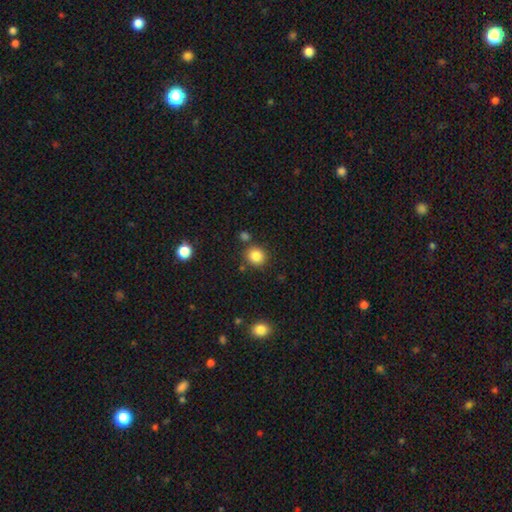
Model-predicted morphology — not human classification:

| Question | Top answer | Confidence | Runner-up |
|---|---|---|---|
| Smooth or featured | smooth | 85% | star or artifact (11%) |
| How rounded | round | 85% | in between (14%) |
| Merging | none | 82% | minor disturbance (9%) |